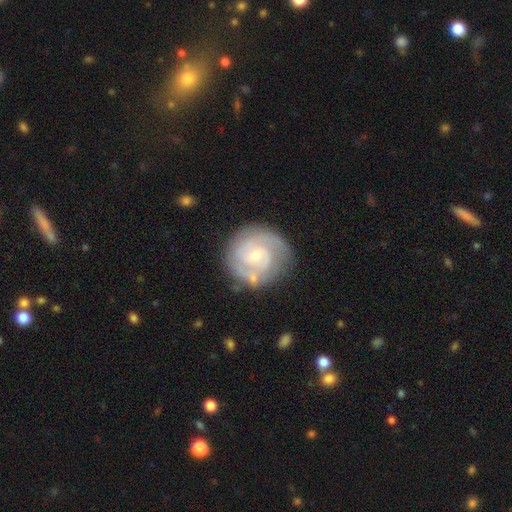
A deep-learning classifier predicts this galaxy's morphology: featured or disk 83%, smooth 12%, star or artifact 5%. Down the decision tree: edge-on disk — no (98%); bar — no (63%); spiral arms — yes (95%); spiral arm count — 2 (63%); spiral winding — tight (60%); bulge size — small (56%); merging — none (79%).